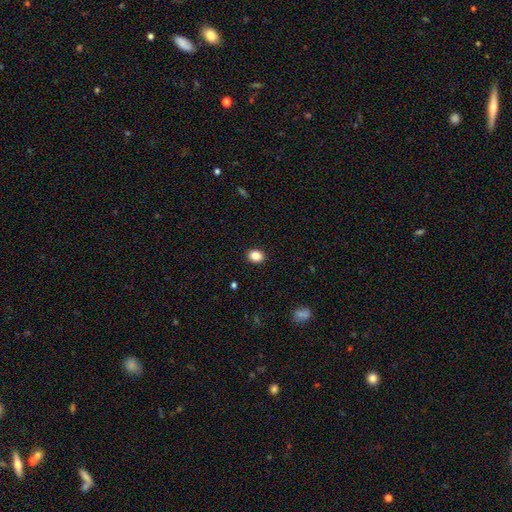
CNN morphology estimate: The model was most divided on "how rounded": in between: 50%, round: 49%, cigar-shaped: 1%. More confident: merging — none (91%); smooth or featured — smooth (87%).